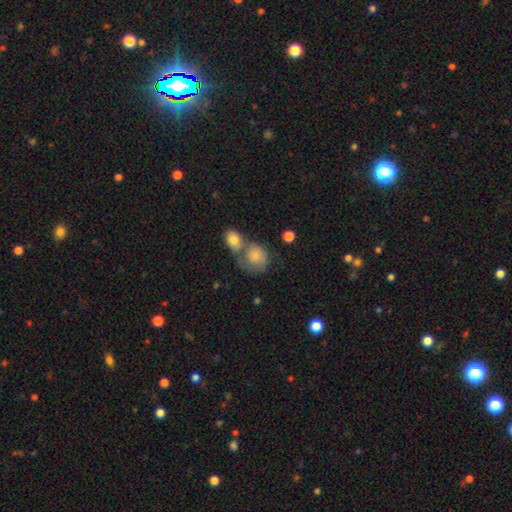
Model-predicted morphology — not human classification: Smooth or featured? smooth (73%)
How rounded? round (62%)
Merging? merger (55%)